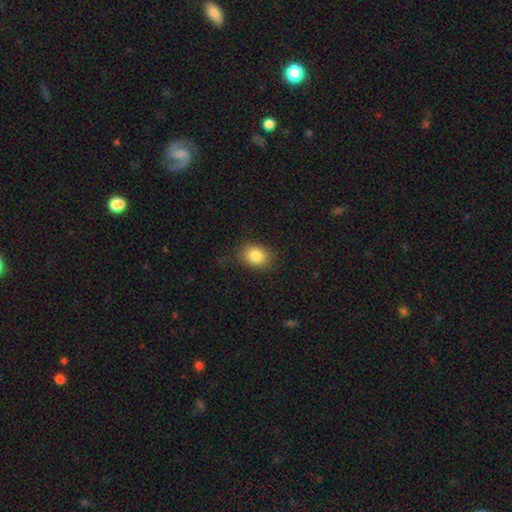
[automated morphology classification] This appears to be a smooth galaxy with no disk features (85%) that is in between round and cigar-shaped (59%). Merging: none (77%).